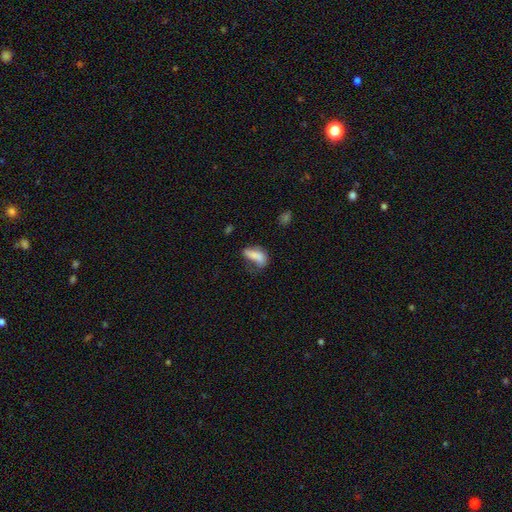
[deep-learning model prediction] Morphology: type=smooth (75%); roundness=in between (81%); merging=none (33%).